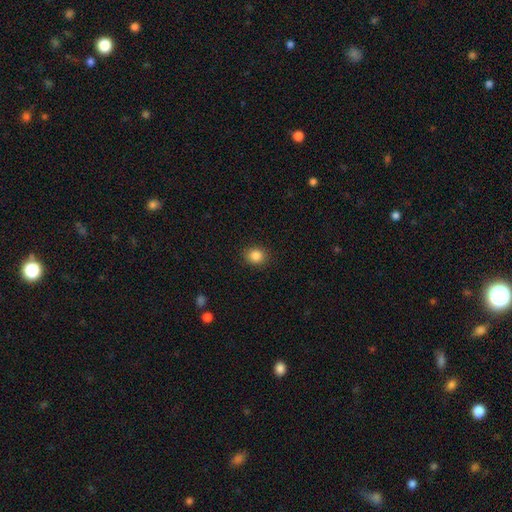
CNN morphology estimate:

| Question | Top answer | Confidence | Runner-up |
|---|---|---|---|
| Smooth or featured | smooth | 85% | star or artifact (10%) |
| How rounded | round | 72% | in between (28%) |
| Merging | none | 90% | minor disturbance (7%) |